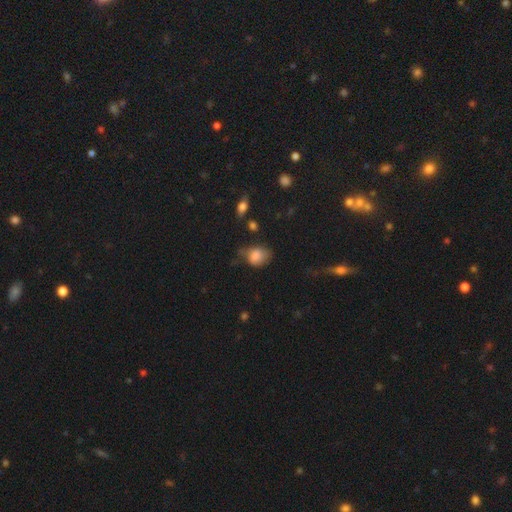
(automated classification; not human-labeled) The model was most divided on "merging": minor disturbance: 38%, none: 35%, major disturbance: 23%, merger: 4%. More confident: smooth or featured — smooth (79%); how rounded — in between (66%).